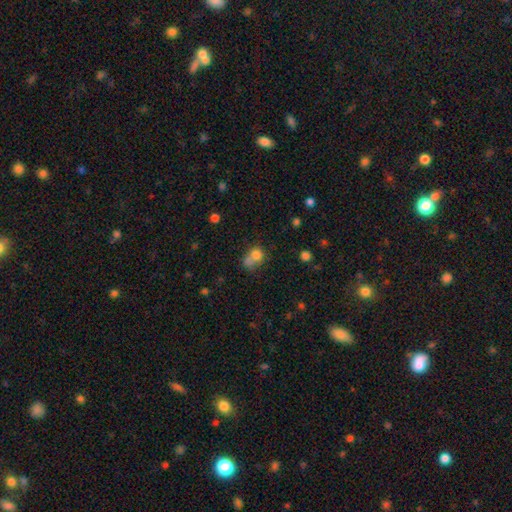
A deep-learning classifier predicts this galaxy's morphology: Smooth or featured? Predicted: smooth (p=0.75). How rounded? Predicted: round (p=0.58). Merging? Predicted: merger (p=0.48).